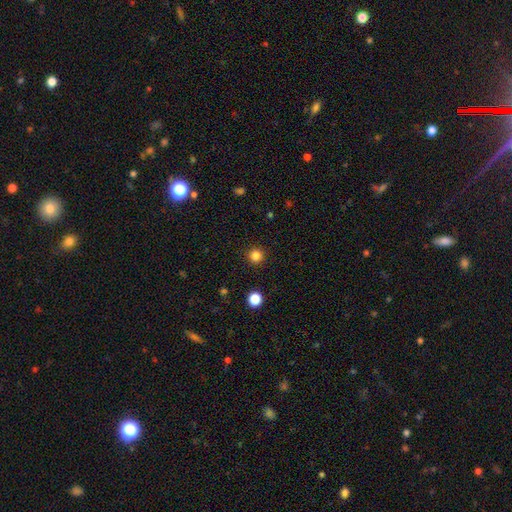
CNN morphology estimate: Overall: smooth (83%). How rounded: round (96%). Merging: none (93%).